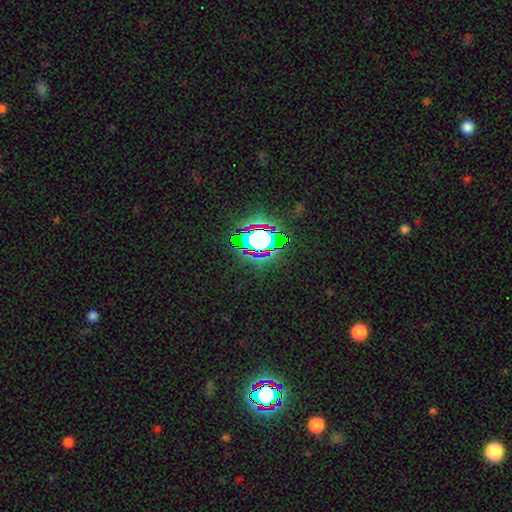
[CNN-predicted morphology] star or artifact 82%, smooth 10%, featured or disk 7%.